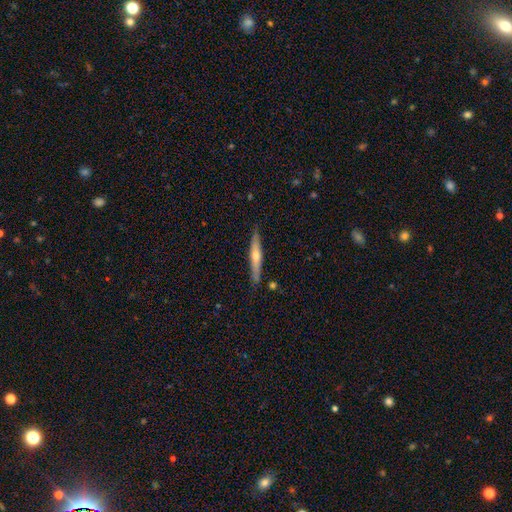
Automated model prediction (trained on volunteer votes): Smooth or featured? Predicted: featured or disk (p=0.56). Edge-on disk? Predicted: yes (p=0.94). Edge-on bulge? Predicted: rounded (p=0.78). Merging? Predicted: none (p=0.85).